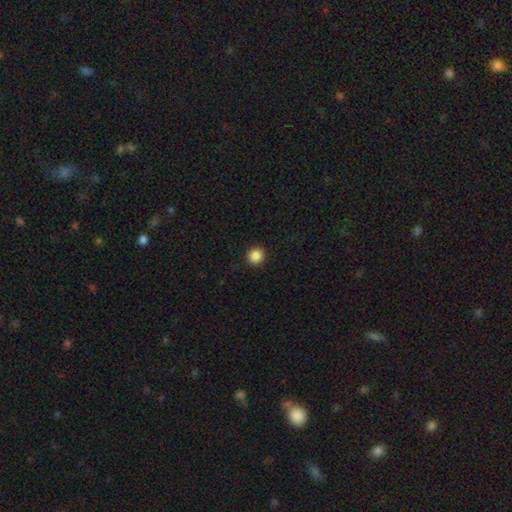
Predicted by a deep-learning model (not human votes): smooth-or-featured: smooth: 86% | star or artifact: 10% | featured or disk: 3%
  how-rounded: round: 90% | in between: 9% | cigar-shaped: 1%
  merging: none: 92% | minor disturbance: 5% | major disturbance: 2% | merger: 1%